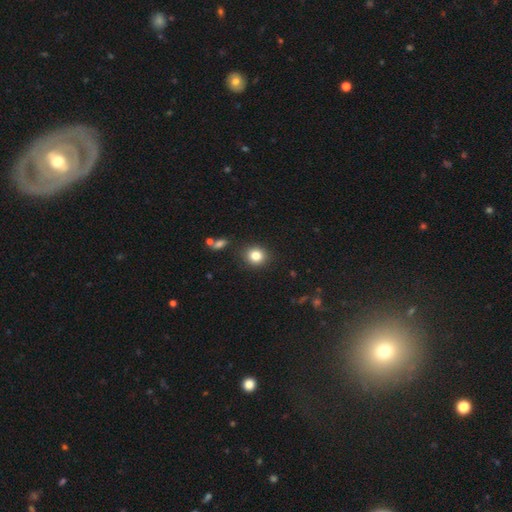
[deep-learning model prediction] Q: Smooth or featured?
A: smooth (83%); runner-up: star or artifact (11%)
Q: How rounded?
A: round (79%); runner-up: in between (20%)
Q: Merging?
A: none (88%); runner-up: minor disturbance (8%)